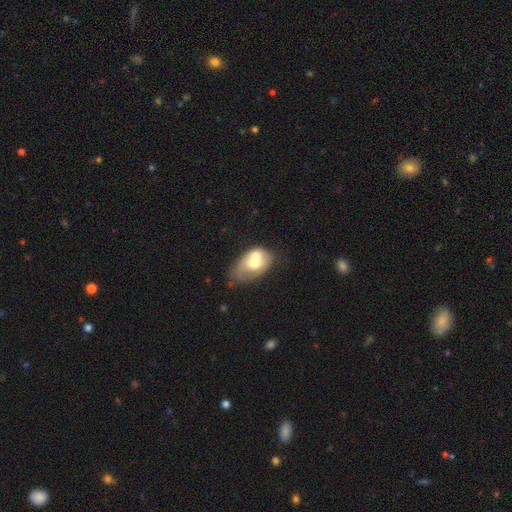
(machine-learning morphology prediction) Smooth or featured?
  - smooth: 56% *
  - featured or disk: 37%
  - star or artifact: 7%
How rounded?
  - in between: 86% *
  - round: 13%
  - cigar-shaped: 1%
Merging?
  - merger: 48% *
  - none: 23%
  - minor disturbance: 18%
  - major disturbance: 11%